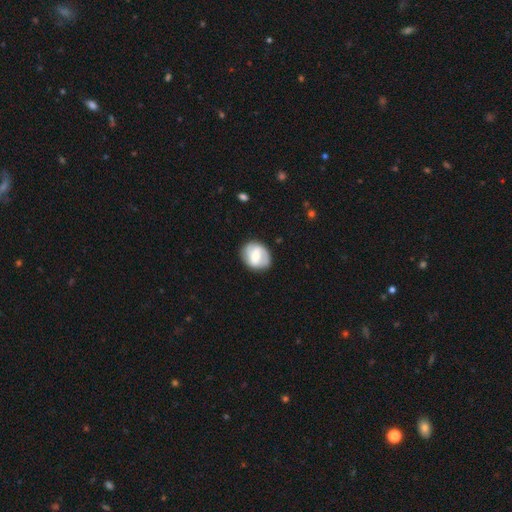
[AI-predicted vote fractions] The model was most divided on "smooth or featured": featured or disk: 49%, smooth: 44%, star or artifact: 7%. More confident: merging — none (81%).